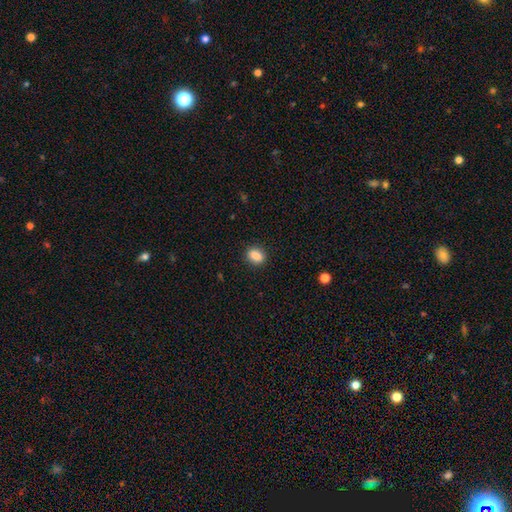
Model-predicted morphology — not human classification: smooth 87%, star or artifact 9%, featured or disk 4%. Down the decision tree: how rounded — in between (66%); merging — none (87%).